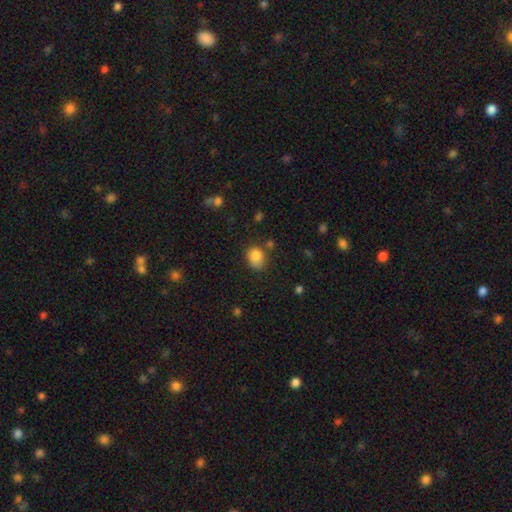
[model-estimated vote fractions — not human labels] smooth-or-featured: smooth: 83% | star or artifact: 10% | featured or disk: 7%
  how-rounded: round: 57% | in between: 42% | cigar-shaped: 1%
  merging: none: 61% | minor disturbance: 25% | major disturbance: 7% | merger: 7%